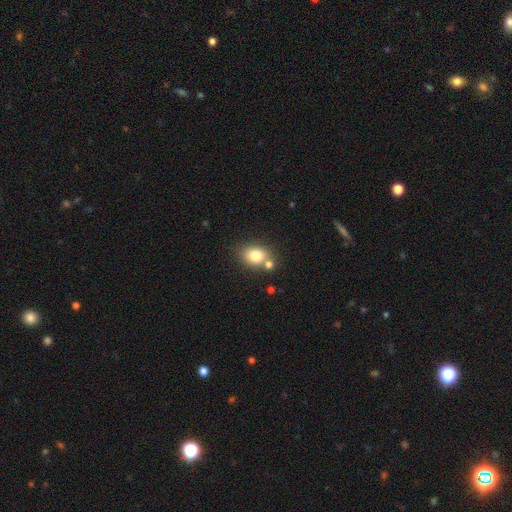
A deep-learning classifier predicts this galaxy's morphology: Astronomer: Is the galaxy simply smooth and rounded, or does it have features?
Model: smooth — 80%.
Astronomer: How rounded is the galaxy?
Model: in between — 55% (runner-up: round, 44%).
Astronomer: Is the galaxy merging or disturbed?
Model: none — 62%.